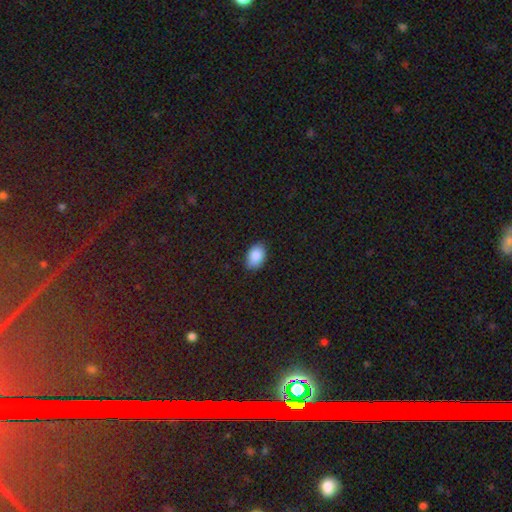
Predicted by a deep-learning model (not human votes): Smooth or featured: smooth — 89% (star or artifact — 7%)
How rounded: in between — 87% (round — 12%)
Merging: none — 85% (minor disturbance — 12%)